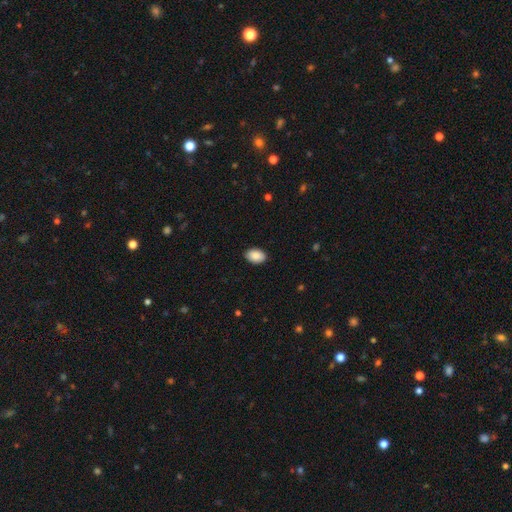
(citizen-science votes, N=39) Smooth or featured?
  - smooth: 79% *
  - featured or disk: 15%
  - star or artifact: 5%
How rounded?
  - in between: 90% *
  - round: 10%
  - cigar-shaped: 0%
Merging?
  - none: 95% *
  - minor disturbance: 5%
  - major disturbance: 0%
  - merger: 0%